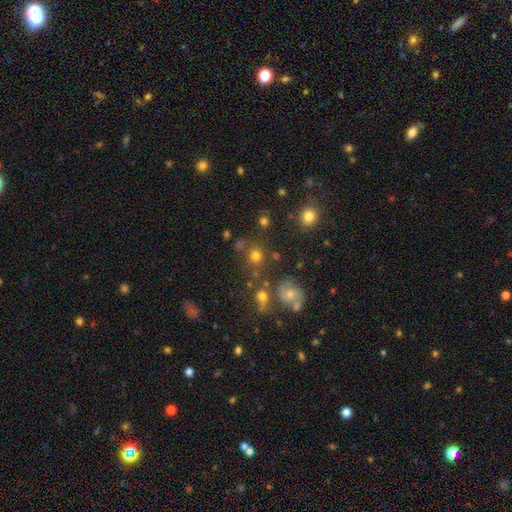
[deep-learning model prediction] This appears to be a smooth galaxy with no disk features (73%) that is round (87%). Merging: none (72%).